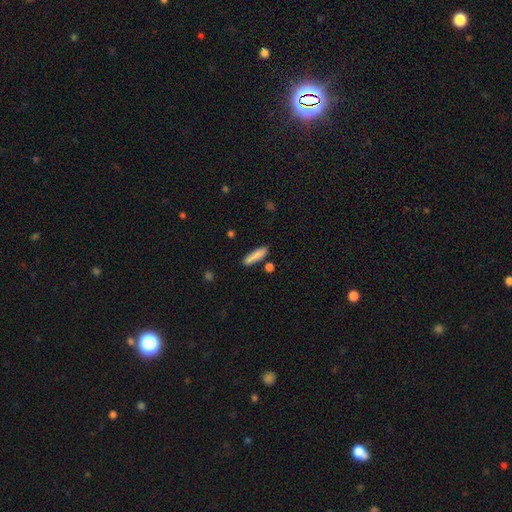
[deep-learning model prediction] Smooth or featured? smooth (85%)
How rounded? cigar-shaped (76%)
Merging? none (83%)